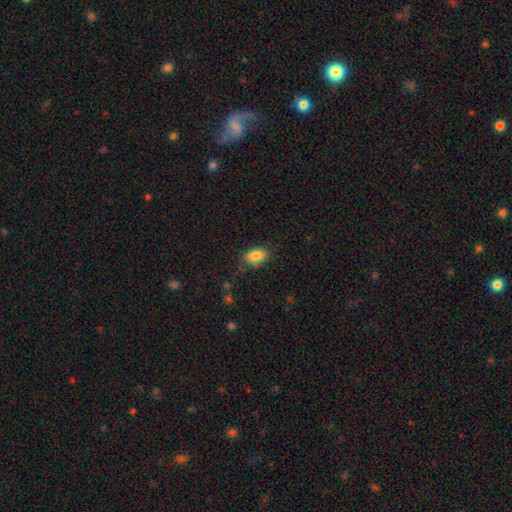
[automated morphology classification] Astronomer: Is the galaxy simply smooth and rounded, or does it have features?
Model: smooth — 86%.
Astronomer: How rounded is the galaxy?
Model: in between — 89%.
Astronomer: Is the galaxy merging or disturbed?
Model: none — 77%.